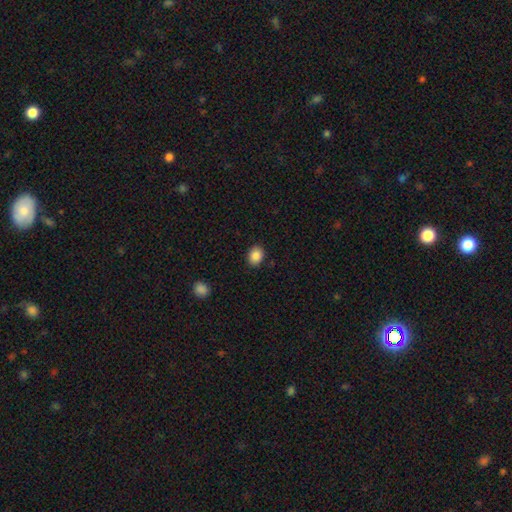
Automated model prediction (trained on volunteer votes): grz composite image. It shows a smooth galaxy with no disk features (87%) that is in between round and cigar-shaped (54%). Merging: none (89%).